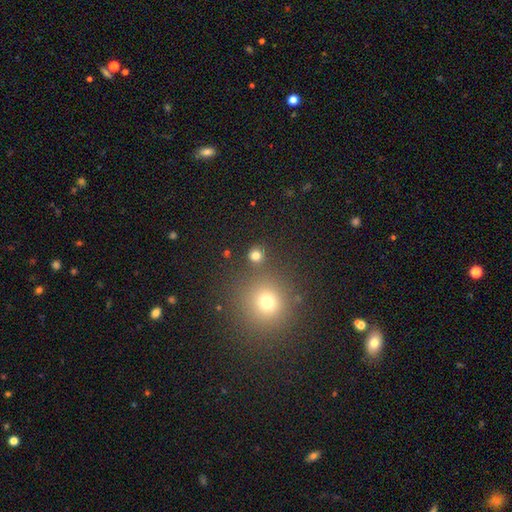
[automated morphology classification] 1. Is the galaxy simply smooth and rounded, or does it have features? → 77% smooth, 18% star or artifact, 5% featured or disk.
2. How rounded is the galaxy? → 91% round, 8% in between, 1% cigar-shaped.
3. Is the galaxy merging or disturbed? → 83% none, 8% merger, 6% minor disturbance, 3% major disturbance.